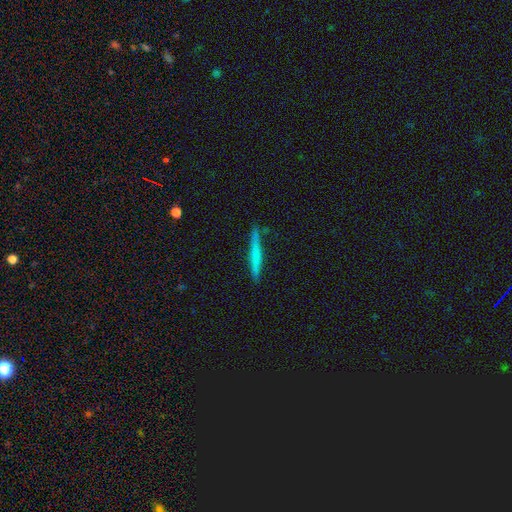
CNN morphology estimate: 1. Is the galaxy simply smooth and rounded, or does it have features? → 61% smooth, 33% featured or disk, 6% star or artifact.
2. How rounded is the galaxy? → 96% cigar-shaped, 3% in between, 1% round.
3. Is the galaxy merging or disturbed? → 84% none, 12% minor disturbance, 2% major disturbance, 2% merger.